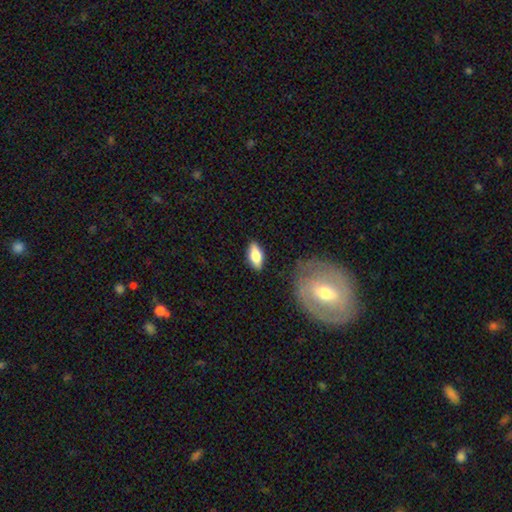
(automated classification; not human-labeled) A smooth galaxy with no disk features (71%) that is in between round and cigar-shaped (81%). Merging: none (86%).